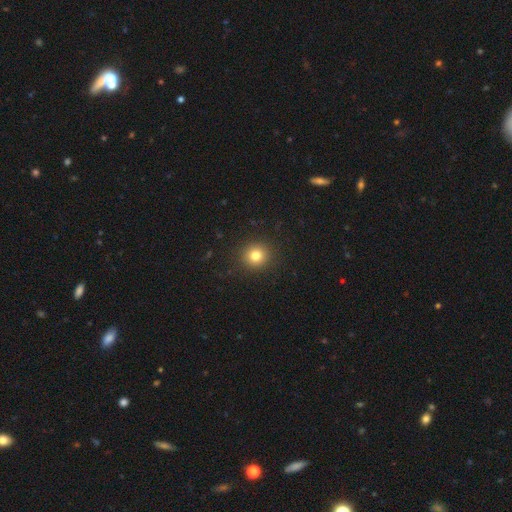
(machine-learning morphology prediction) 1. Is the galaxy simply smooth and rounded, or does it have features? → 80% smooth, 13% star or artifact, 7% featured or disk.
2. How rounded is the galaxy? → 91% round, 8% in between, 1% cigar-shaped.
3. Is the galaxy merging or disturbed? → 91% none, 5% minor disturbance, 2% major disturbance, 1% merger.